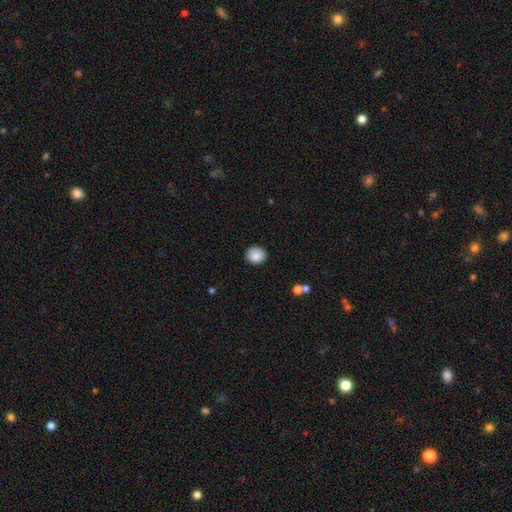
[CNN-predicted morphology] smooth_or_featured: smooth (p=0.87) [alt: star or artifact p=0.08]
how_rounded: round (p=0.77) [alt: in between p=0.22]
merging: none (p=0.88) [alt: minor disturbance p=0.09]